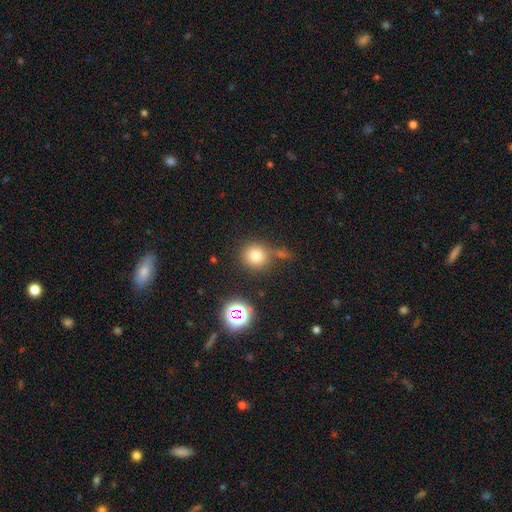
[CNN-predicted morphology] Overall: smooth (77%). How rounded: round (91%). Merging: none (70%).